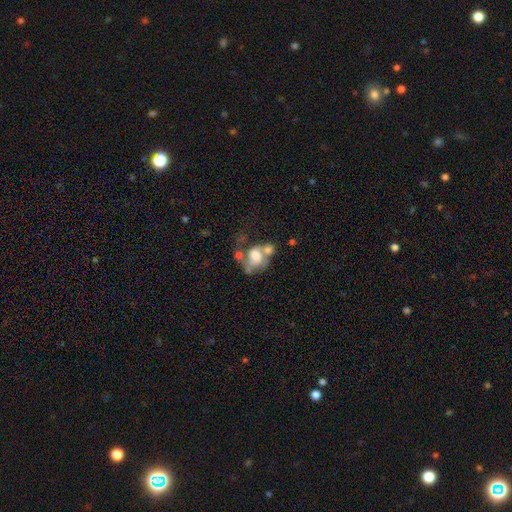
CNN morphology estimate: smooth 46%, featured or disk 45%, star or artifact 9%. Down the decision tree: merging — merger (50%).